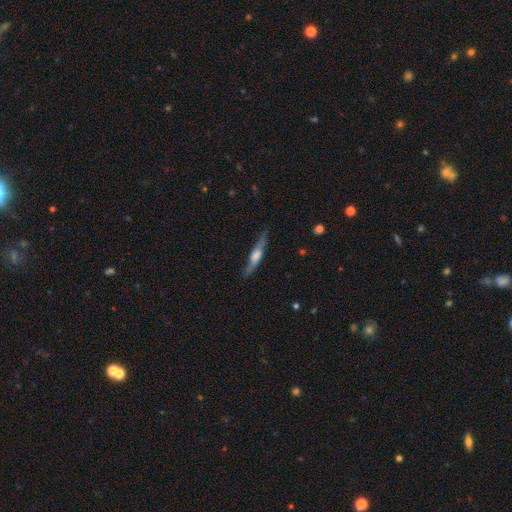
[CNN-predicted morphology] Smooth or featured?
  - featured or disk: 65% *
  - smooth: 28%
  - star or artifact: 6%
Edge-on disk?
  - yes: 94% *
  - no: 6%
Edge-on bulge?
  - rounded: 66% *
  - boxy: 26%
  - none: 8%
Merging?
  - none: 83% *
  - minor disturbance: 12%
  - major disturbance: 3%
  - merger: 1%